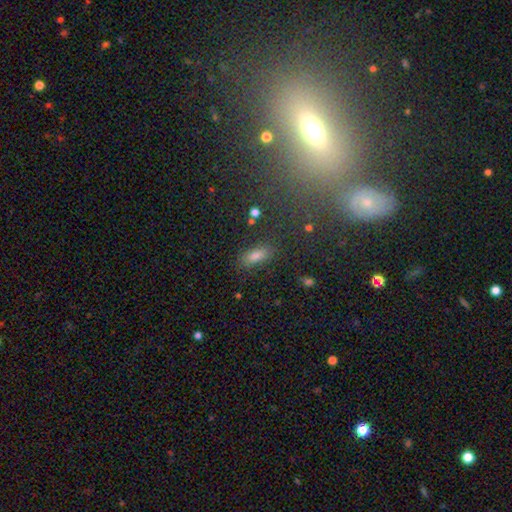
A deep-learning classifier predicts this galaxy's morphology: A smooth galaxy with no disk features (72%) that is in between round and cigar-shaped (80%). Merging: none (83%).